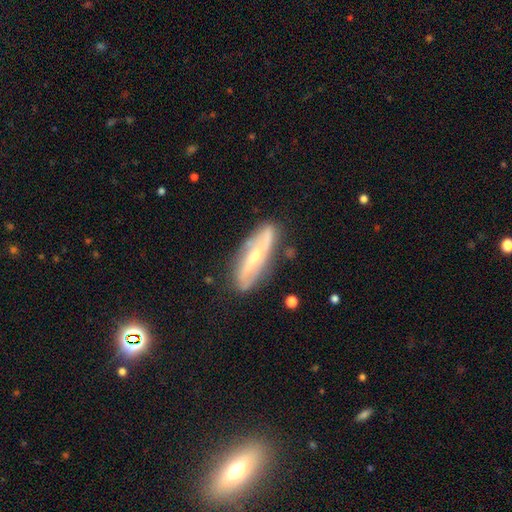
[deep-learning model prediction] Overall: featured or disk (76%). Edge-on disk: no (76%). Bar: strong (37%; no 32%). Spiral arms: yes (85%). Bulge size: small (63%; moderate 32%). Merging: none (78%).